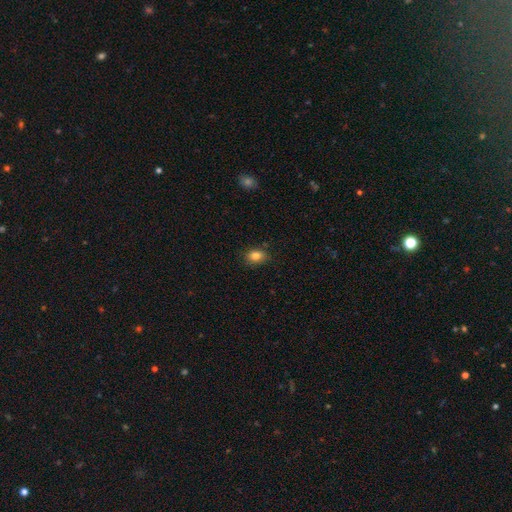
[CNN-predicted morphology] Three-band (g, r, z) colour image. It shows a smooth galaxy with no disk features (85%) that is in between round and cigar-shaped (68%). Merging: none (81%).